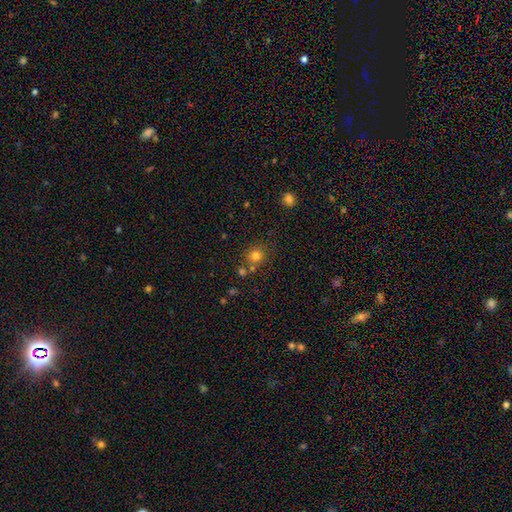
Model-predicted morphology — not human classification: Smooth or featured: smooth — 78% (star or artifact — 14%)
How rounded: round — 89% (in between — 11%)
Merging: none — 73% (merger — 14%)